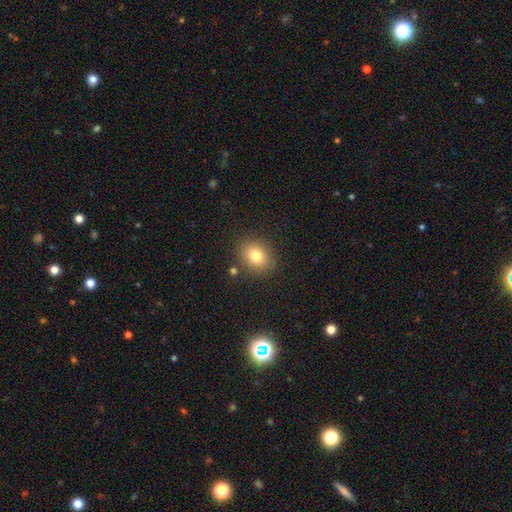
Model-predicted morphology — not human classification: Smooth or featured: smooth — 79% (star or artifact — 12%)
How rounded: round — 63% (in between — 36%)
Merging: none — 85% (minor disturbance — 9%)